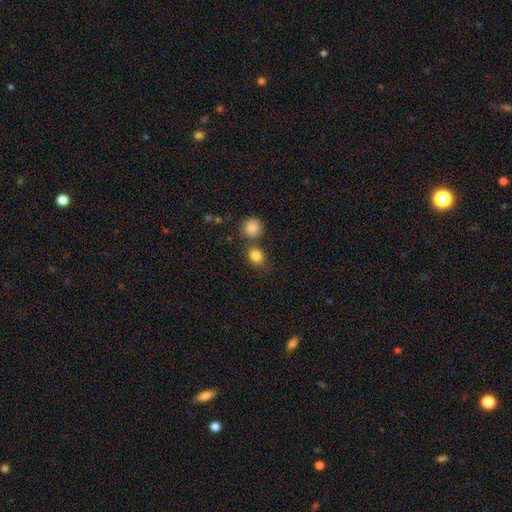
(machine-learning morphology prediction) smooth-or-featured: smooth: 84% | star or artifact: 10% | featured or disk: 5%
  how-rounded: round: 60% | in between: 39% | cigar-shaped: 1%
  merging: none: 66% | merger: 19% | minor disturbance: 11% | major disturbance: 4%